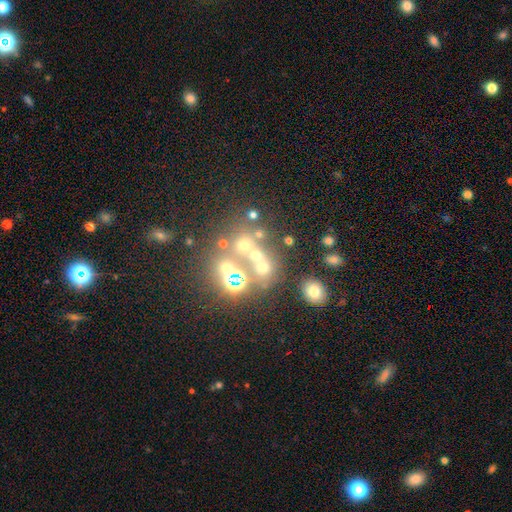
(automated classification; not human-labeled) smooth 47%, star or artifact 36%, featured or disk 18%. Down the decision tree: merging — none (54%).